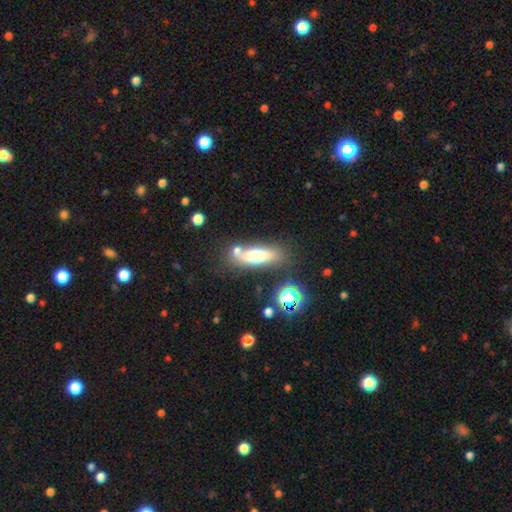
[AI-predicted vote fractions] This is possibly a smooth galaxy (58%). How rounded: possibly cigar-shaped (49%). Merging: likely none (65%).